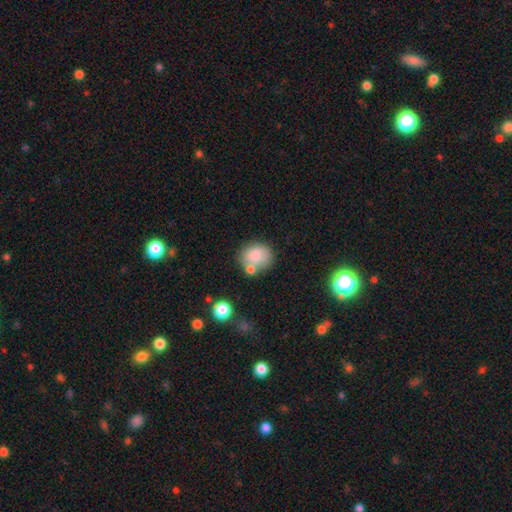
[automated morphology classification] Q: Smooth or featured?
A: smooth (80%); runner-up: featured or disk (12%)
Q: How rounded?
A: round (64%); runner-up: in between (35%)
Q: Merging?
A: none (53%); runner-up: merger (25%)